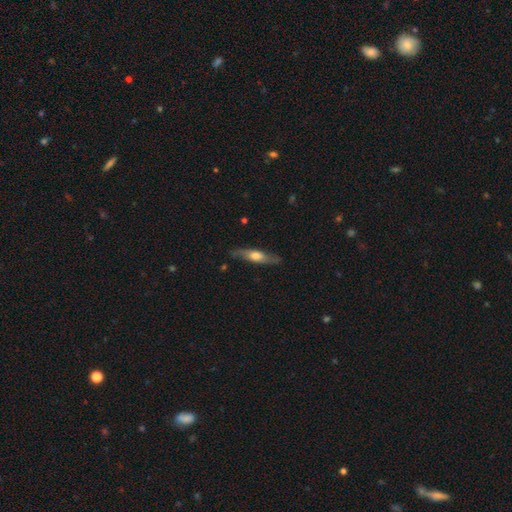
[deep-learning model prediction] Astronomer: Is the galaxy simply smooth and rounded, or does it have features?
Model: featured or disk — 51% (runner-up: smooth, 44%).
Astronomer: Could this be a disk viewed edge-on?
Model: yes — 72%.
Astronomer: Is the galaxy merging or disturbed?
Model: none — 79%.